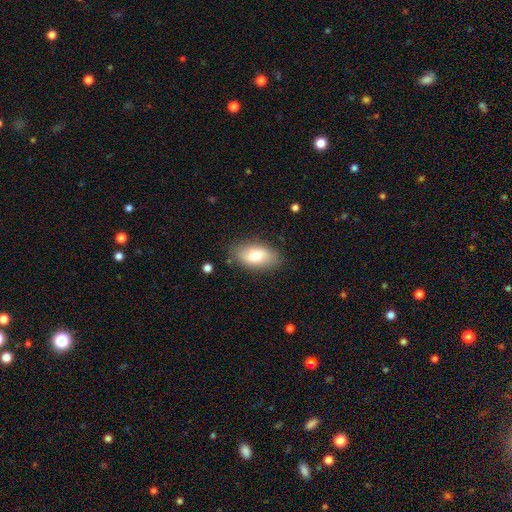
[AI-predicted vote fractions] smooth_or_featured: smooth (p=0.72) [alt: featured or disk p=0.21]
how_rounded: in between (p=0.91) [alt: round p=0.05]
merging: none (p=0.82) [alt: minor disturbance p=0.13]